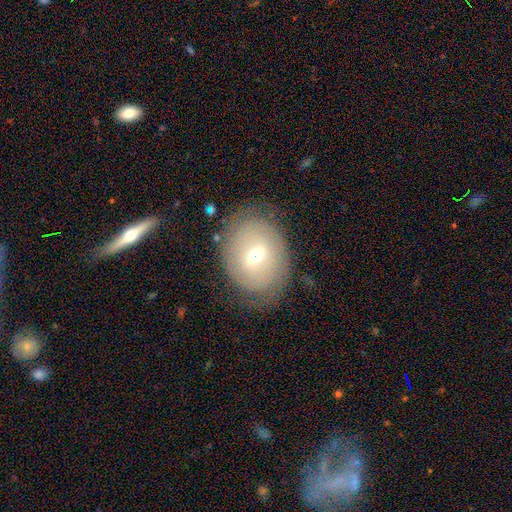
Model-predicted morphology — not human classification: Q: Smooth or featured?
A: smooth (46%); runner-up: featured or disk (44%)
Q: Merging?
A: none (72%); runner-up: minor disturbance (18%)